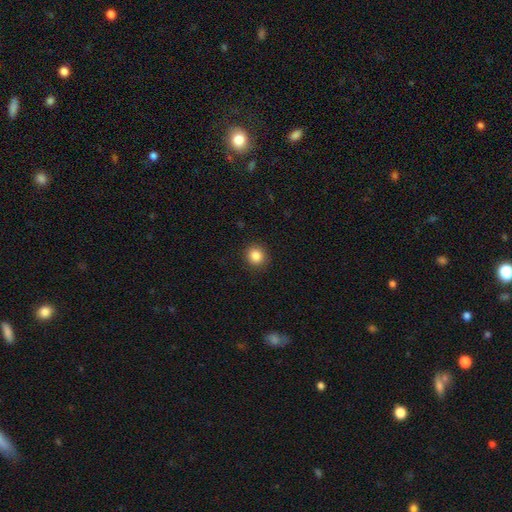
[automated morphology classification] Q: Smooth or featured?
A: smooth (85%); runner-up: star or artifact (10%)
Q: How rounded?
A: round (87%); runner-up: in between (12%)
Q: Merging?
A: none (91%); runner-up: minor disturbance (6%)